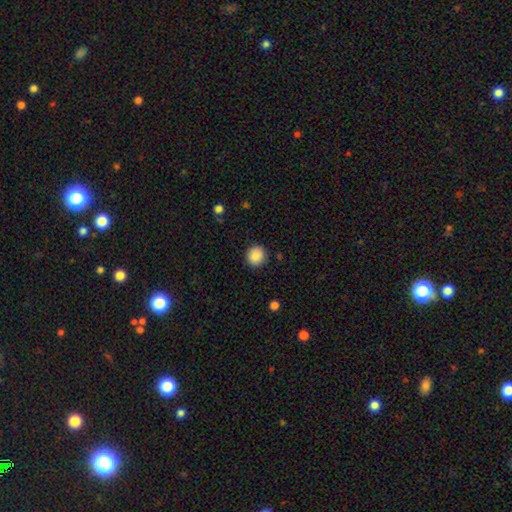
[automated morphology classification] smooth-or-featured: smooth: 89% | star or artifact: 9% | featured or disk: 3%
  how-rounded: round: 90% | in between: 9% | cigar-shaped: 1%
  merging: none: 90% | minor disturbance: 7% | major disturbance: 2% | merger: 1%